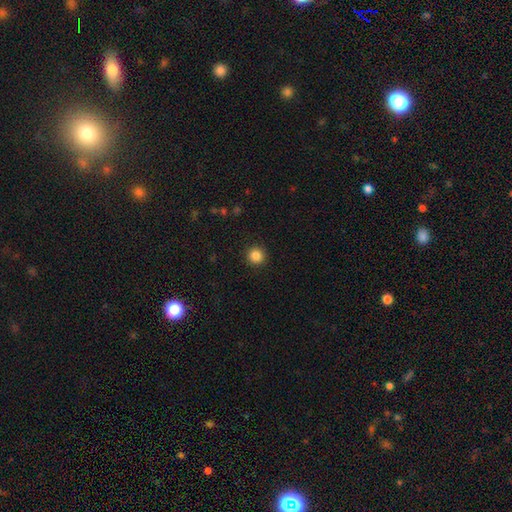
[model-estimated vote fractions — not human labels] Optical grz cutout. It shows a smooth galaxy with no disk features (86%) that is round (95%). Merging: none (92%).